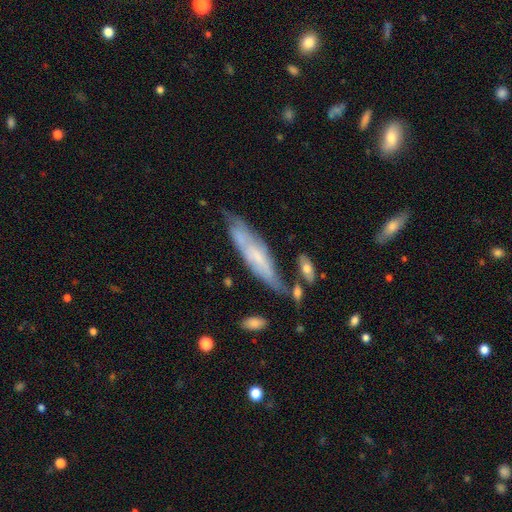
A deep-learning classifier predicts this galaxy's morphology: The model was most divided on "edge-on disk": yes: 51%, no: 49%. More confident: merging — none (60%); smooth or featured — featured or disk (55%).